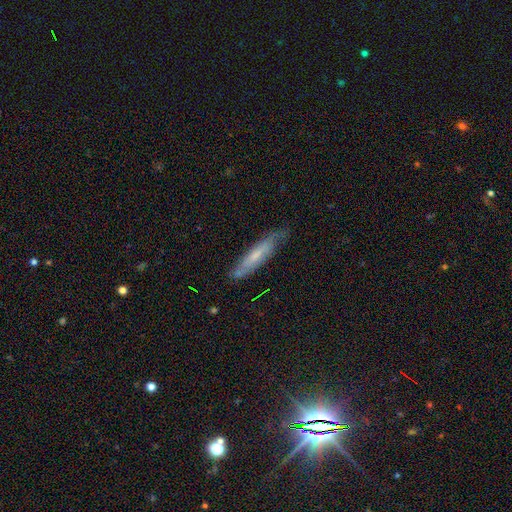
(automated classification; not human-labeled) Q: Smooth or featured?
A: featured or disk (50%); runner-up: smooth (43%)
Q: Edge-on disk?
A: yes (58%); runner-up: no (42%)
Q: Merging?
A: none (71%); runner-up: minor disturbance (22%)